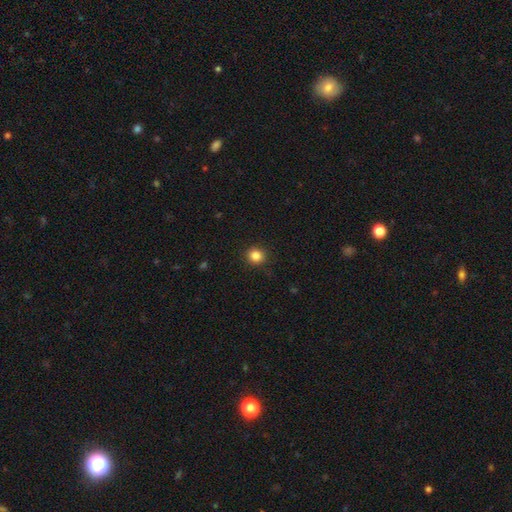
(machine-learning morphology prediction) Q: Smooth or featured?
A: smooth (85%); runner-up: star or artifact (11%)
Q: How rounded?
A: round (88%); runner-up: in between (11%)
Q: Merging?
A: none (91%); runner-up: minor disturbance (6%)